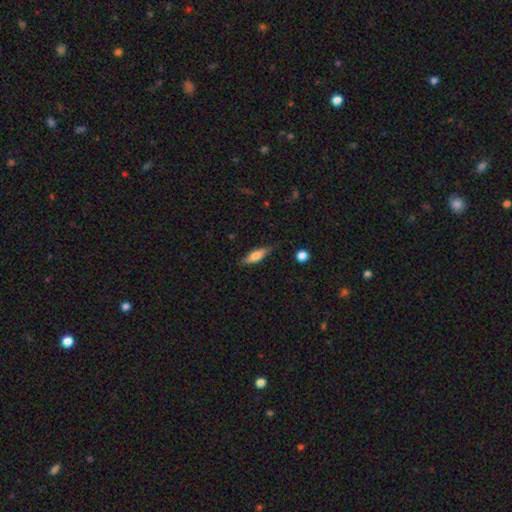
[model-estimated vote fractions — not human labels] Morphology: type=smooth (67%); roundness=cigar-shaped (51%); merging=none (78%).